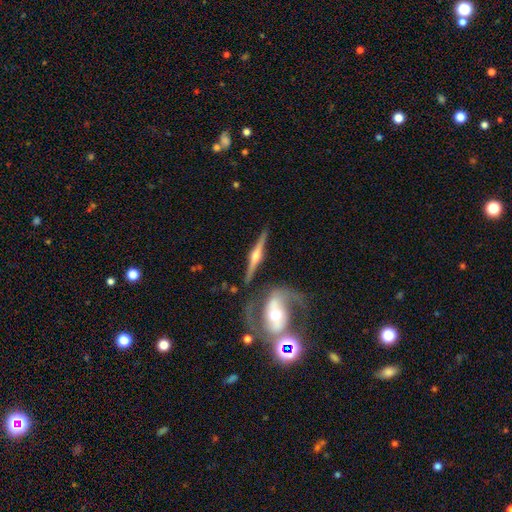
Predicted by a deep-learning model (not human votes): Smooth or featured: featured or disk — 85% (smooth — 10%)
Edge-on disk: yes — 95% (no — 5%)
Edge-on bulge: rounded — 92% (boxy — 5%)
Merging: none — 77% (minor disturbance — 12%)